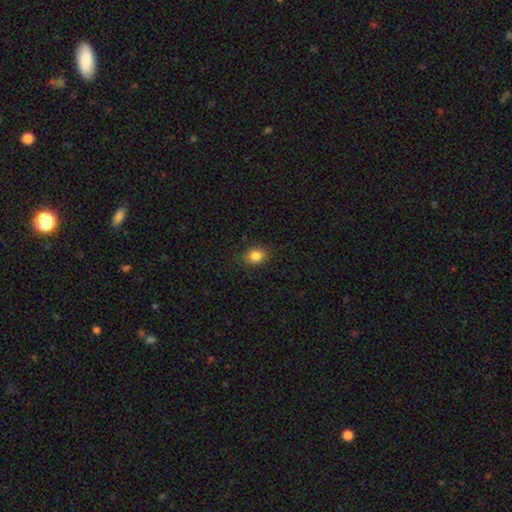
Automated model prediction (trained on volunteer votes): smooth-or-featured: smooth: 84% | star or artifact: 10% | featured or disk: 6%
  how-rounded: in between: 60% | round: 39% | cigar-shaped: 1%
  merging: none: 87% | minor disturbance: 10% | major disturbance: 2% | merger: 1%